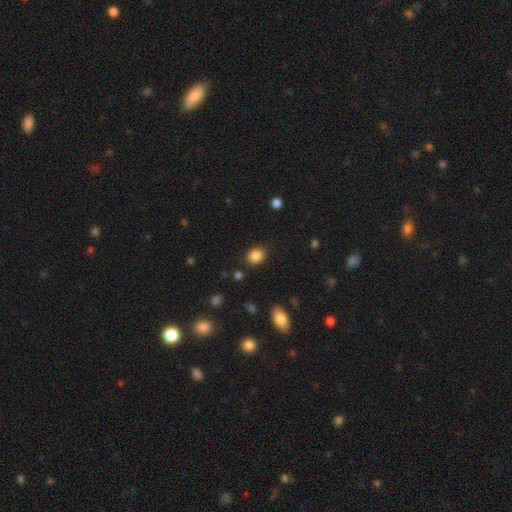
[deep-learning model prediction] smooth 85%, star or artifact 10%, featured or disk 5%. Down the decision tree: how rounded — in between (54%); merging — none (84%).